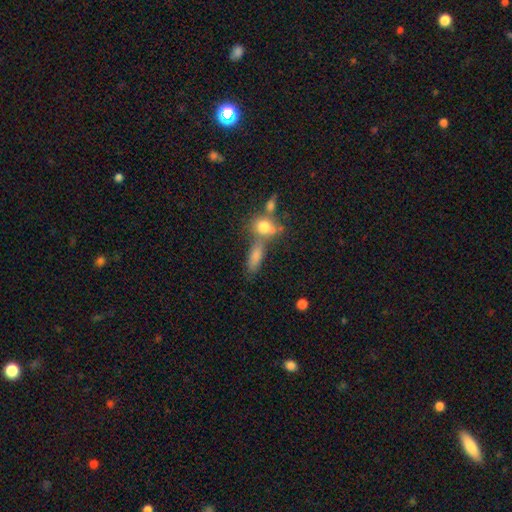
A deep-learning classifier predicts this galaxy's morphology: A smooth galaxy with no disk features (75%) that is in between round and cigar-shaped (56%).

Vote fractions:
- Smooth or featured? smooth: 75% / featured or disk: 13% / star or artifact: 11%
- How rounded? in between: 56% / cigar-shaped: 31% / round: 13%
- Merging? none: 48% / merger: 32% / minor disturbance: 13% / major disturbance: 7%